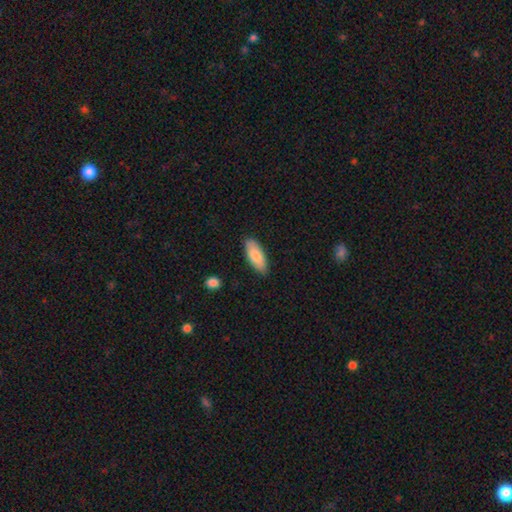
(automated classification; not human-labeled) This appears to be a smooth galaxy with no disk features (82%) that is in between round and cigar-shaped (78%). Merging: none (85%).